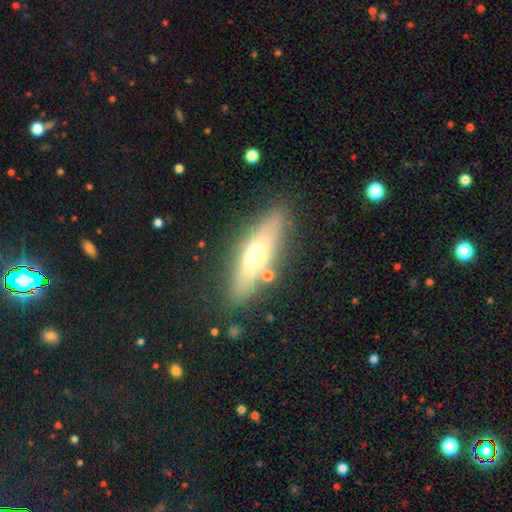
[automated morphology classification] Smooth or featured?
  - smooth: 53% *
  - featured or disk: 40%
  - star or artifact: 7%
How rounded?
  - cigar-shaped: 60% *
  - in between: 37%
  - round: 3%
Merging?
  - none: 82% *
  - minor disturbance: 10%
  - merger: 4%
  - major disturbance: 3%